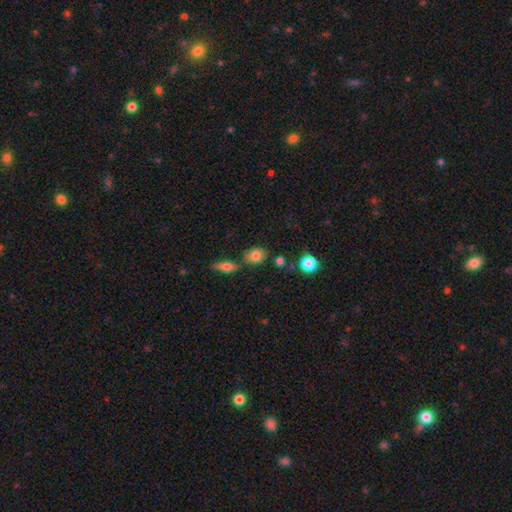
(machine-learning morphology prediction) Smooth or featured?
  - smooth: 78% *
  - featured or disk: 12%
  - star or artifact: 10%
How rounded?
  - in between: 56% *
  - round: 42%
  - cigar-shaped: 2%
Merging?
  - none: 71% *
  - minor disturbance: 14%
  - merger: 12%
  - major disturbance: 3%